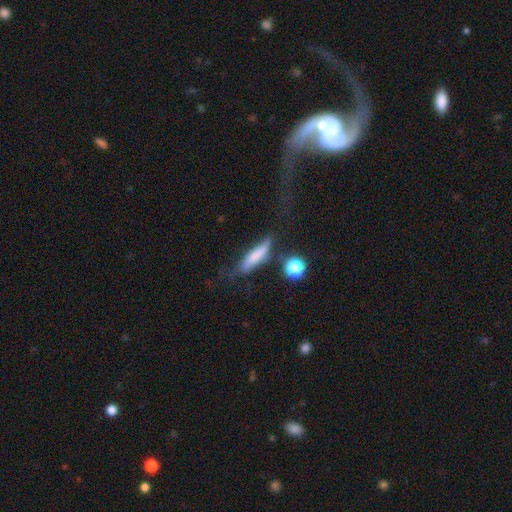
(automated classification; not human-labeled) Overall: smooth (64%; featured or disk 27%). How rounded: cigar-shaped (77%). Merging: none (50%; minor disturbance 25%).